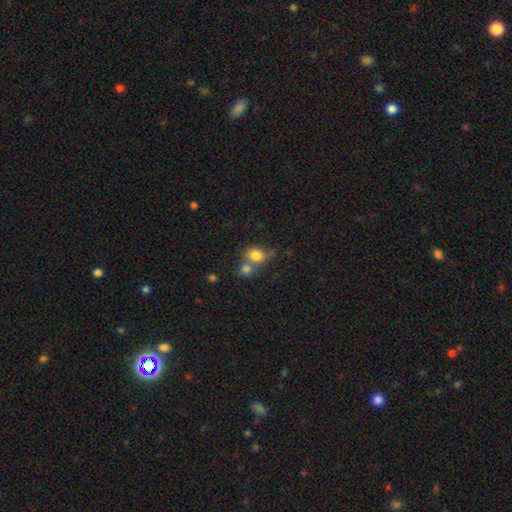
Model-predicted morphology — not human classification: smooth_or_featured: smooth (p=0.80) [alt: featured or disk p=0.10]
how_rounded: round (p=0.65) [alt: in between p=0.34]
merging: merger (p=0.48) [alt: none p=0.34]